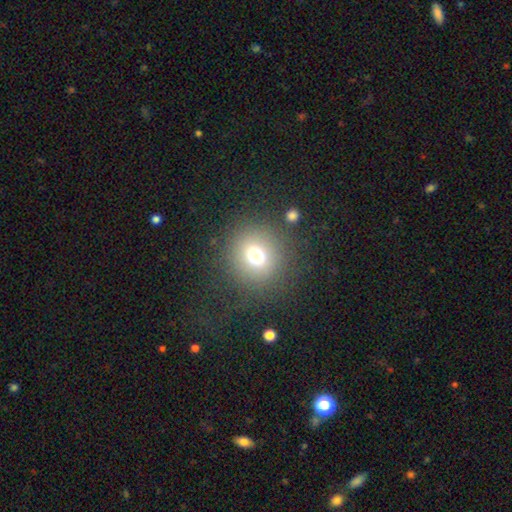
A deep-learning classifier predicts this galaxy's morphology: Smooth or featured? Predicted: smooth (p=0.71). How rounded? Predicted: round (p=0.86). Merging? Predicted: none (p=0.81).